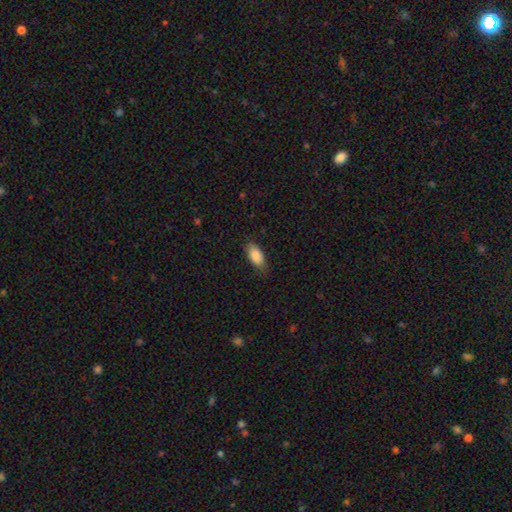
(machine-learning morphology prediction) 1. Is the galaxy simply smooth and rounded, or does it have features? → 86% smooth, 8% featured or disk, 6% star or artifact.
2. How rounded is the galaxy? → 89% in between, 9% cigar-shaped, 2% round.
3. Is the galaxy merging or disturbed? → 79% none, 16% minor disturbance, 3% major disturbance, 1% merger.